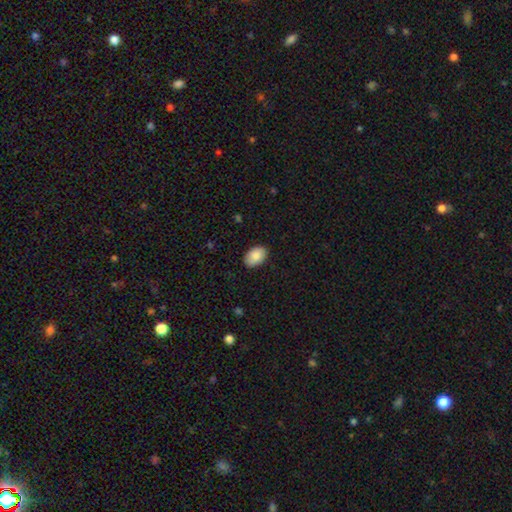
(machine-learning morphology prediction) smooth-or-featured: smooth: 87% | featured or disk: 7% | star or artifact: 6%
  how-rounded: in between: 89% | round: 10% | cigar-shaped: 1%
  merging: none: 87% | minor disturbance: 10% | major disturbance: 2% | merger: 1%